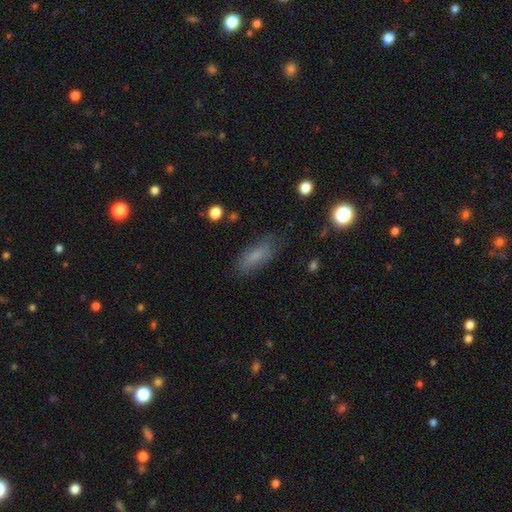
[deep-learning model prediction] Morphology: type=smooth (72%); roundness=in between (68%); merging=none (73%).